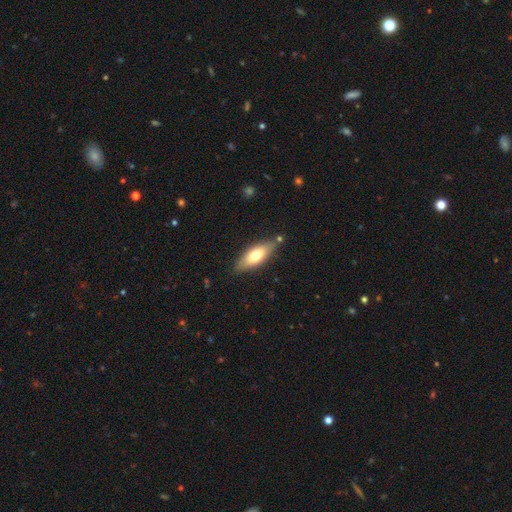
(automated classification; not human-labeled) Overall: smooth (63%; featured or disk 31%). How rounded: in between (65%; cigar-shaped 33%). Merging: none (80%).